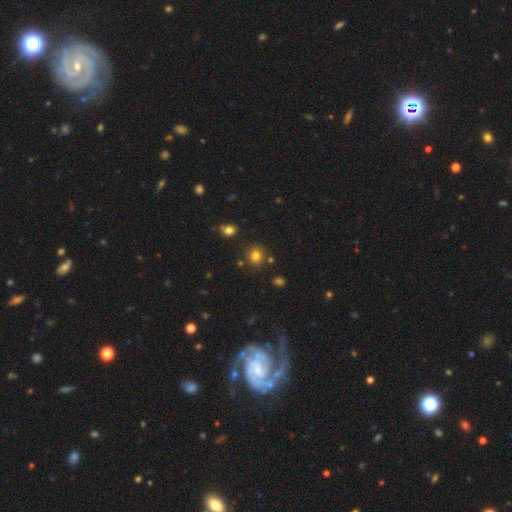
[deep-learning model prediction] smooth 79%, star or artifact 14%, featured or disk 7%. Down the decision tree: how rounded — round (81%); merging — none (83%).